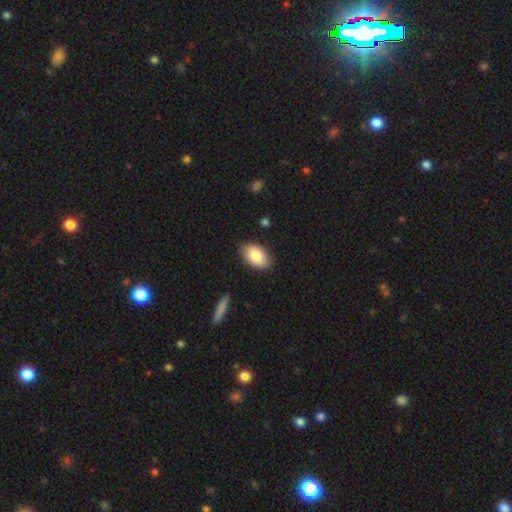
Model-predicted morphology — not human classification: smooth-or-featured: smooth: 84% | featured or disk: 10% | star or artifact: 6%
  how-rounded: in between: 93% | round: 6% | cigar-shaped: 1%
  merging: none: 84% | minor disturbance: 12% | major disturbance: 2% | merger: 1%